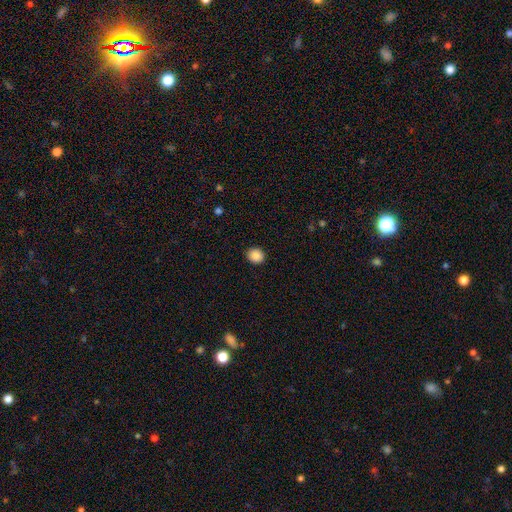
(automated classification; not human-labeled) Q: Smooth or featured?
A: smooth (88%); runner-up: star or artifact (9%)
Q: How rounded?
A: round (80%); runner-up: in between (19%)
Q: Merging?
A: none (90%); runner-up: minor disturbance (7%)